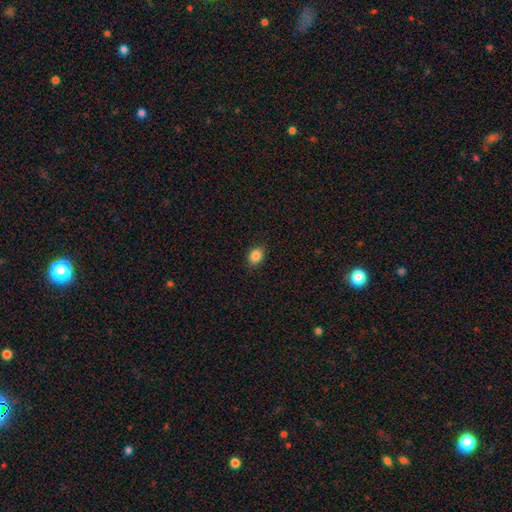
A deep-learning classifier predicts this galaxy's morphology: smooth 85%, star or artifact 10%, featured or disk 5%. Down the decision tree: how rounded — in between (52%); merging — none (88%).